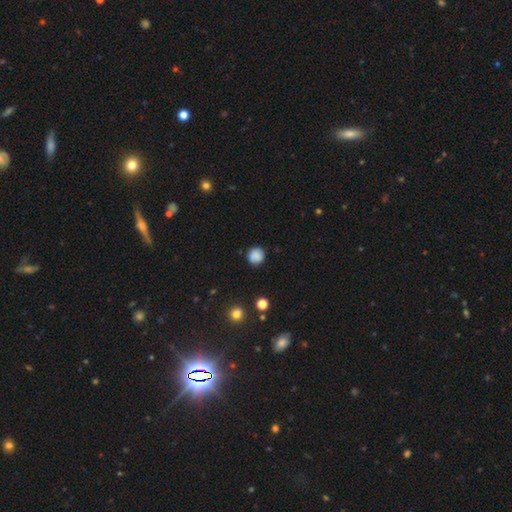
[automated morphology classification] Smooth or featured?
  - smooth: 85% *
  - star or artifact: 10%
  - featured or disk: 5%
How rounded?
  - round: 90% *
  - in between: 9%
  - cigar-shaped: 1%
Merging?
  - none: 84% *
  - minor disturbance: 12%
  - major disturbance: 3%
  - merger: 2%